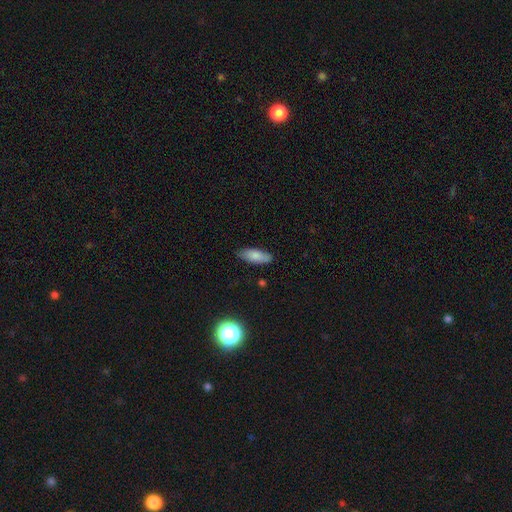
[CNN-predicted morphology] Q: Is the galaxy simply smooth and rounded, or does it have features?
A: smooth — 81%.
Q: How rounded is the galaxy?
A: in between — 75%.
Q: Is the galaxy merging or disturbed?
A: none — 82%.